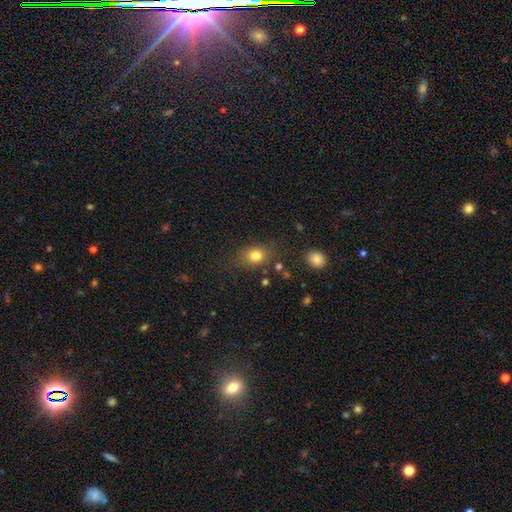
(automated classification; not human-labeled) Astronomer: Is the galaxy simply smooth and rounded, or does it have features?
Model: smooth — 81%.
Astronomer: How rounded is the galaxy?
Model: in between — 66%.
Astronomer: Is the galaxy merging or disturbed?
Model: none — 73%.